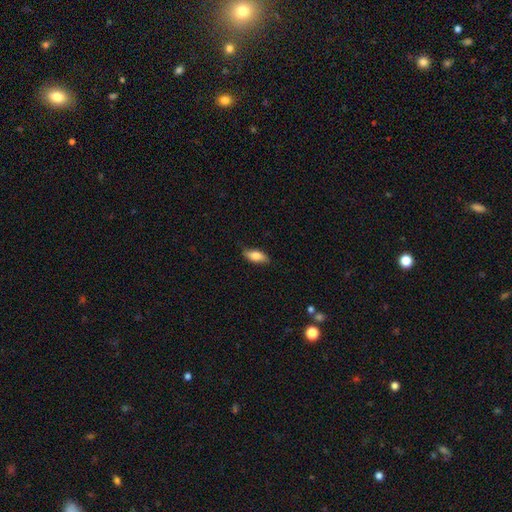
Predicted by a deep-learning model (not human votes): The model was most divided on "merging": none: 79%, minor disturbance: 17%, major disturbance: 3%, merger: 1%. More confident: how rounded — in between (80%); smooth or featured — smooth (78%).